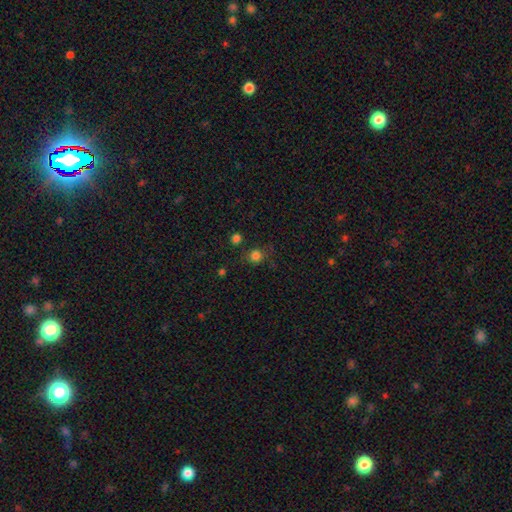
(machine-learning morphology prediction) type=smooth (79%); roundness=round (83%); merging=none (77%).